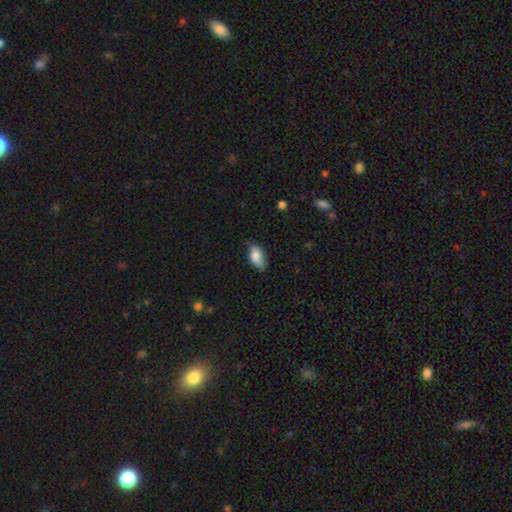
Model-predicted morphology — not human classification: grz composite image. It shows a smooth galaxy with no disk features (76%) that is in between round and cigar-shaped (89%). Merging: none (68%).